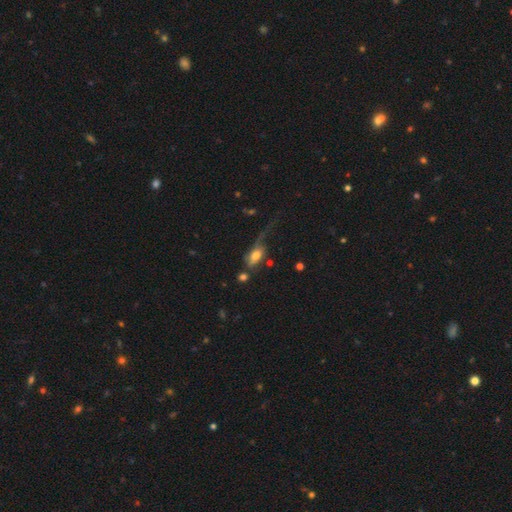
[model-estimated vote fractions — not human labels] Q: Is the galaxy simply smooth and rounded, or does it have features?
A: smooth — 61%.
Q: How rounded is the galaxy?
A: in between — 83%.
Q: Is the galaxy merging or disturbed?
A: major disturbance — 44%.